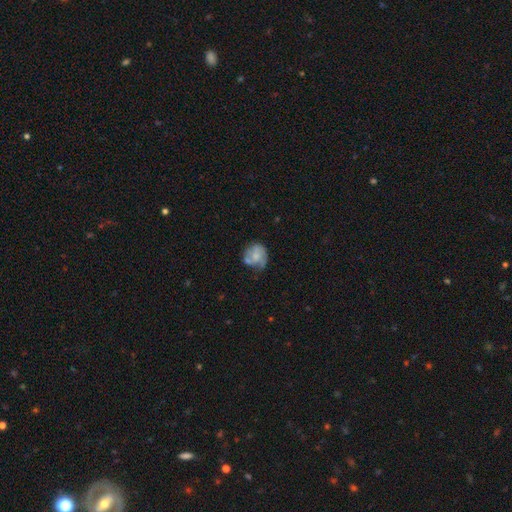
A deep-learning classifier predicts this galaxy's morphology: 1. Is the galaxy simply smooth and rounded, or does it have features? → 49% featured or disk, 44% smooth, 8% star or artifact.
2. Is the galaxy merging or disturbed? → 44% none, 27% minor disturbance, 16% major disturbance, 13% merger.